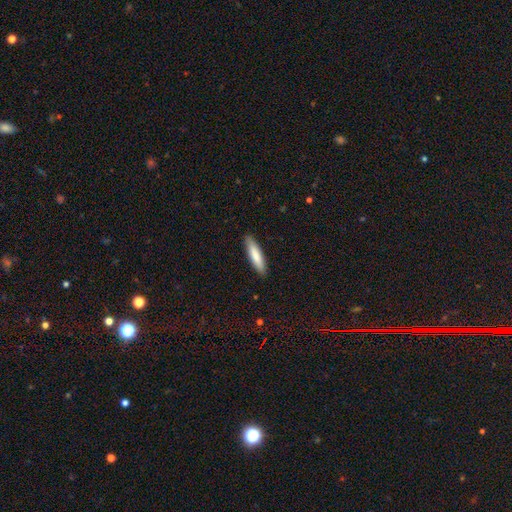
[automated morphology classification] This appears to be a smooth galaxy with no disk features (81%) that is cigar-shaped (79%). Merging: none (90%).